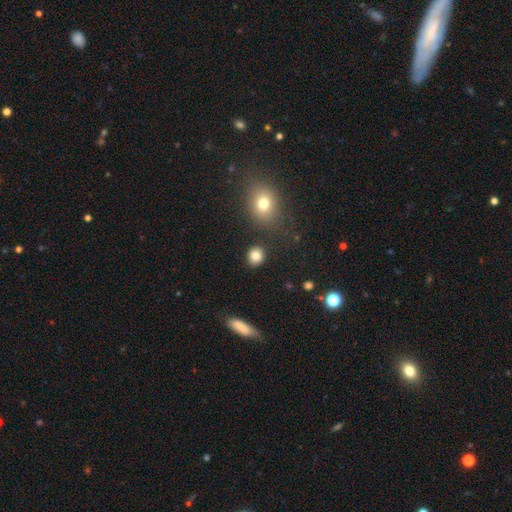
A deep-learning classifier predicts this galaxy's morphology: smooth-or-featured: smooth: 85% | star or artifact: 10% | featured or disk: 5%
  how-rounded: round: 74% | in between: 24% | cigar-shaped: 1%
  merging: none: 87% | minor disturbance: 7% | merger: 3% | major disturbance: 3%